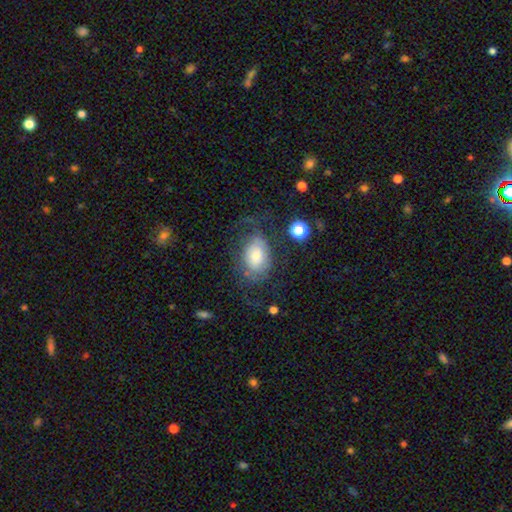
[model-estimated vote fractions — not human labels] The model was most divided on "smooth or featured": smooth: 55%, featured or disk: 35%, star or artifact: 9%. Remaining: how rounded — in between (84%); merging — none (50%).